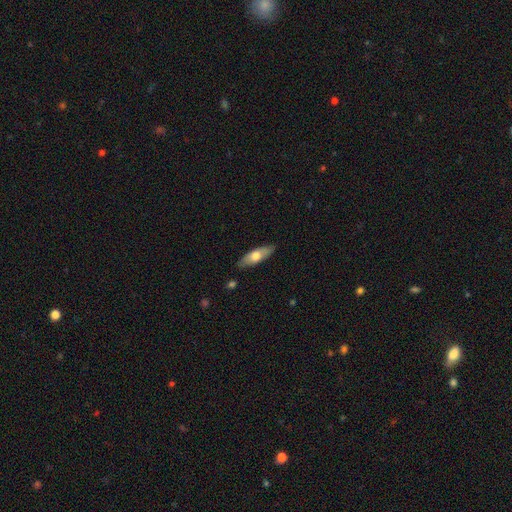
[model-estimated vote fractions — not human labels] Smooth or featured? Predicted: smooth (p=0.61). How rounded? Predicted: in between (p=0.57). Merging? Predicted: none (p=0.84).